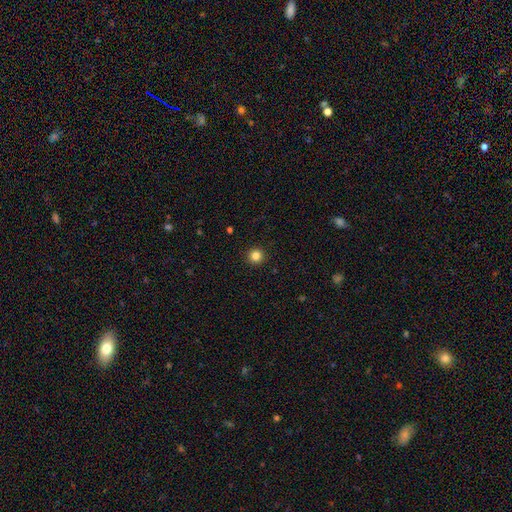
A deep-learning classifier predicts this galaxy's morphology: smooth_or_featured: smooth (p=0.84) [alt: star or artifact p=0.12]
how_rounded: round (p=0.95) [alt: in between p=0.04]
merging: none (p=0.93) [alt: minor disturbance p=0.04]